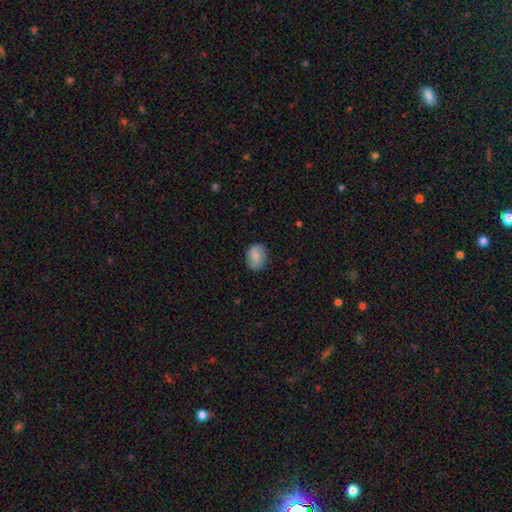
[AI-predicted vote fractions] Smooth or featured?
  - smooth: 82% *
  - featured or disk: 11%
  - star or artifact: 7%
How rounded?
  - in between: 54% *
  - round: 45%
  - cigar-shaped: 1%
Merging?
  - none: 80% *
  - minor disturbance: 15%
  - major disturbance: 3%
  - merger: 1%